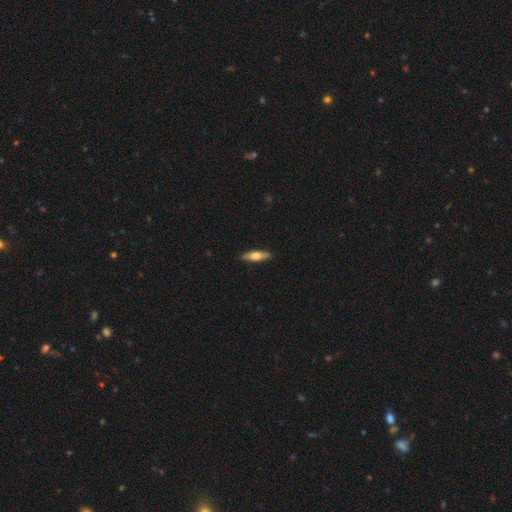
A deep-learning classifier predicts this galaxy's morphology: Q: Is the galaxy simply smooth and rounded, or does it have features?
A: smooth — 57%.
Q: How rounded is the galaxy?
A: cigar-shaped — 67%.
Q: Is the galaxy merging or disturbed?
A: none — 89%.